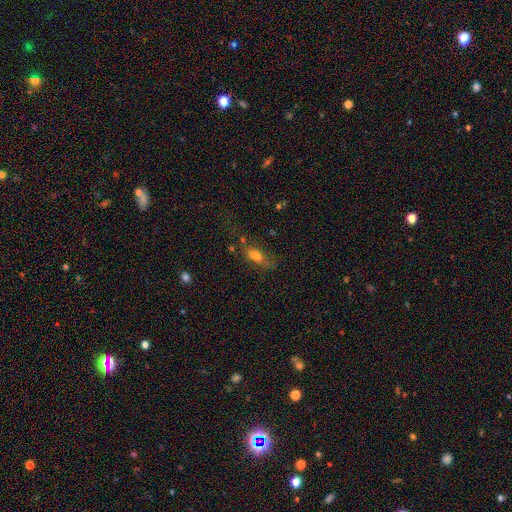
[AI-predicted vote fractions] This appears to be a smooth galaxy with no disk features (72%) that is in between round and cigar-shaped (75%). Merging: none (56%).